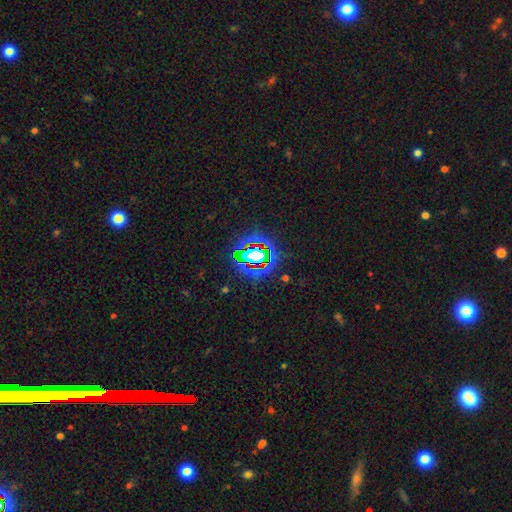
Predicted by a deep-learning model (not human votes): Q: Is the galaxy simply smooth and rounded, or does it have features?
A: star or artifact — 71%.